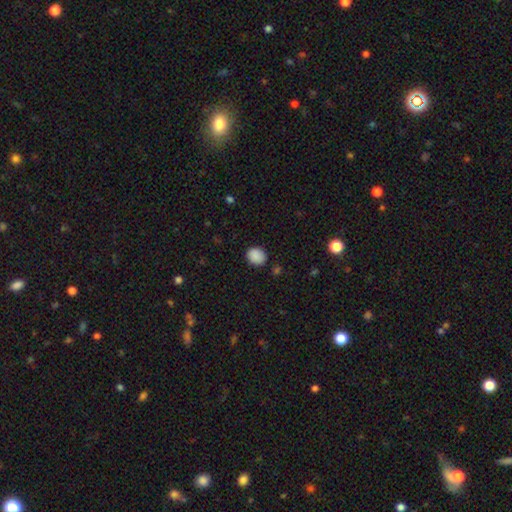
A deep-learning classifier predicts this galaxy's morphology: The model was most divided on "how rounded": round: 64%, in between: 35%, cigar-shaped: 1%. More confident: smooth or featured — smooth (88%); merging — none (86%).